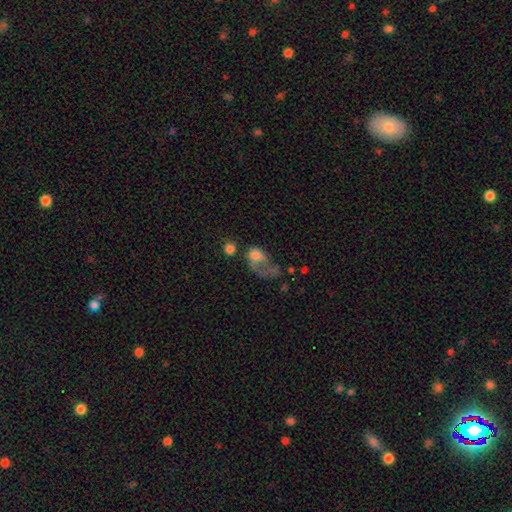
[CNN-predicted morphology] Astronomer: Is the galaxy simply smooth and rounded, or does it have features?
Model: smooth — 61%.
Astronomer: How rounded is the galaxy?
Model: in between — 61% (runner-up: round, 36%).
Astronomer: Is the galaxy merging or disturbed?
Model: major disturbance — 54%.